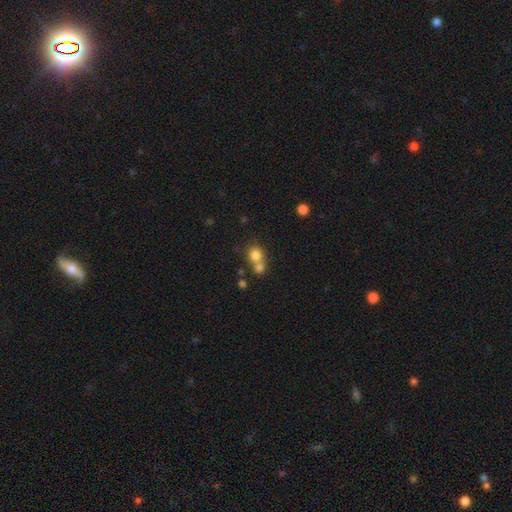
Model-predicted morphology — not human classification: Smooth or featured: smooth — 78% (star or artifact — 12%)
How rounded: round — 81% (in between — 18%)
Merging: merger — 49% (none — 41%)